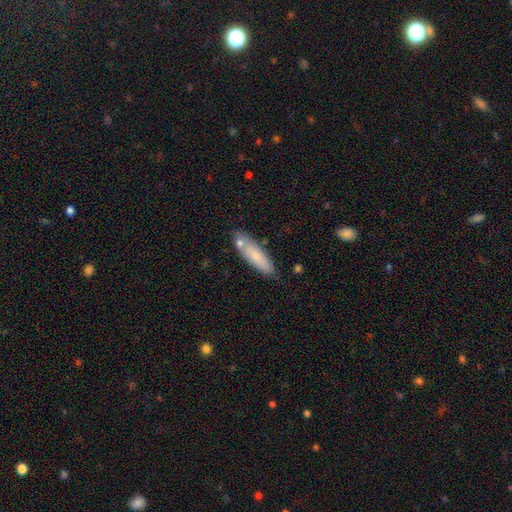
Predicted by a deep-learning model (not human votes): This is likely a smooth galaxy (75%). How rounded: possibly cigar-shaped (57%). Merging: likely none (71%).